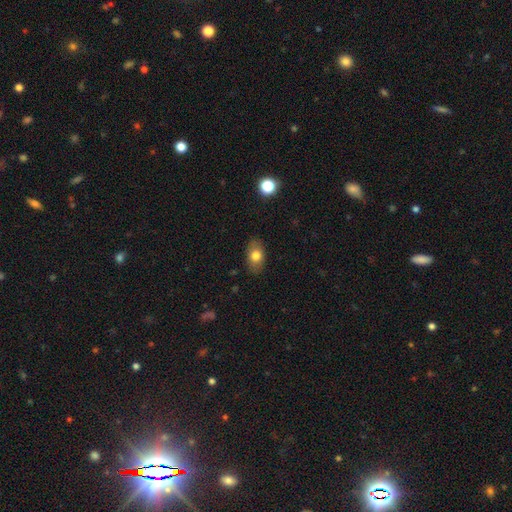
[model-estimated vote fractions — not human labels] Smooth or featured?
  - smooth: 76% *
  - featured or disk: 15%
  - star or artifact: 8%
How rounded?
  - in between: 86% *
  - round: 12%
  - cigar-shaped: 2%
Merging?
  - none: 85% *
  - minor disturbance: 12%
  - major disturbance: 3%
  - merger: 1%